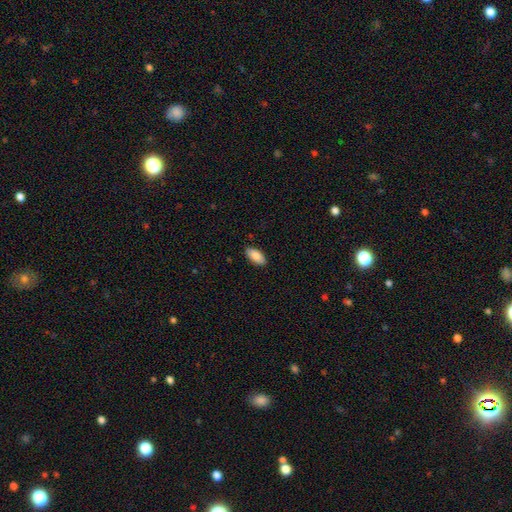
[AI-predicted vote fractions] Smooth or featured? smooth (84%)
How rounded? in between (92%)
Merging? none (89%)